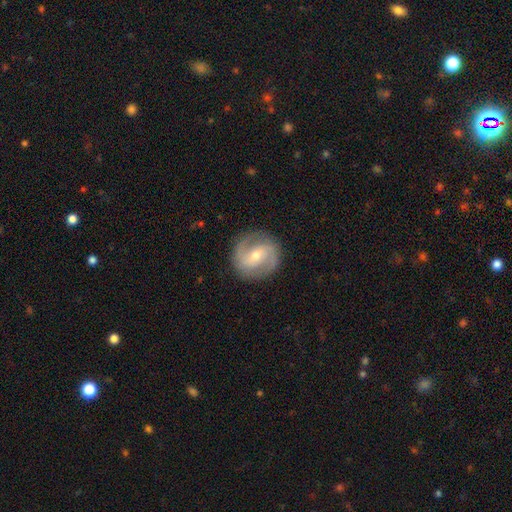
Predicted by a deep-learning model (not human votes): smooth-or-featured: featured or disk: 82% | smooth: 12% | star or artifact: 5%
  disk-edge-on: no: 98% | yes: 2%
    bar: weak: 47% | no: 30% | strong: 23%
    has-spiral-arms: yes: 94% | no: 6%
      spiral-winding: medium: 49% | tight: 33% | loose: 17%
      spiral-arm-count: 2: 89% | can't tell: 5% | 3: 3% | 1: 2% | 4: 1% | more than 4: 1%
    bulge-size: moderate: 50% | small: 47% | large: 2% | none: 1% | dominant: 1%
  merging: none: 86% | minor disturbance: 10% | major disturbance: 3% | merger: 1%